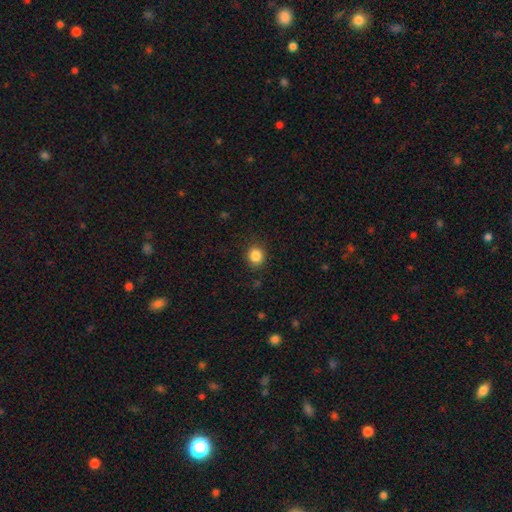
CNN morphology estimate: smooth-or-featured: smooth: 85% | star or artifact: 10% | featured or disk: 4%
  how-rounded: round: 82% | in between: 17% | cigar-shaped: 1%
  merging: none: 88% | minor disturbance: 9% | major disturbance: 3% | merger: 1%